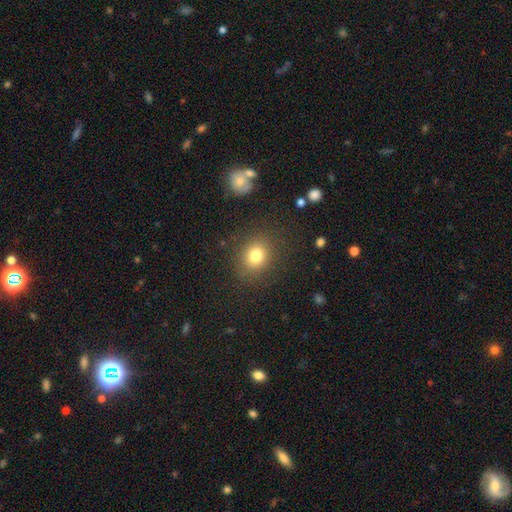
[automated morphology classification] smooth-or-featured: smooth: 79% | star or artifact: 13% | featured or disk: 8%
  how-rounded: round: 67% | in between: 32% | cigar-shaped: 1%
  merging: none: 85% | minor disturbance: 9% | major disturbance: 4% | merger: 2%